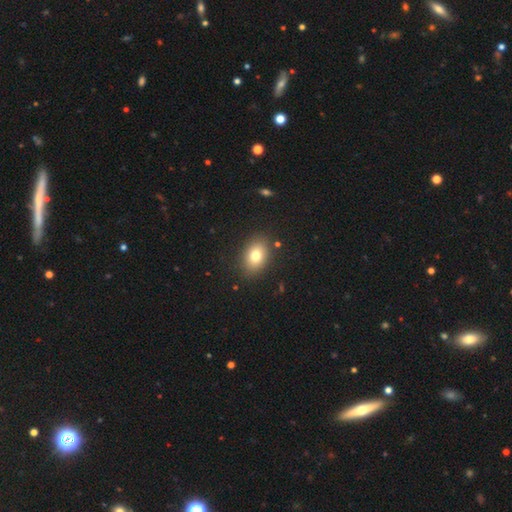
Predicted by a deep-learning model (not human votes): Morphology: type=smooth (78%); roundness=in between (77%); merging=none (86%).